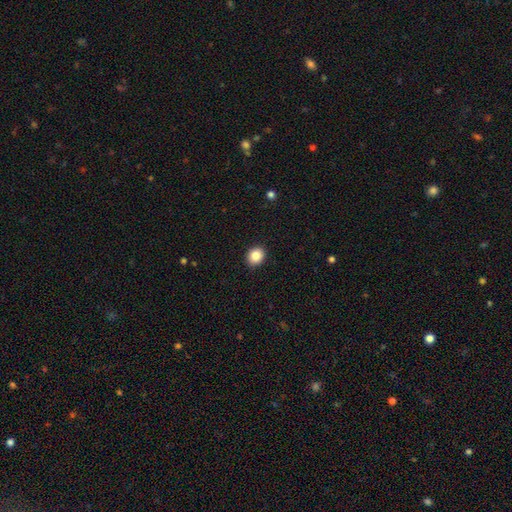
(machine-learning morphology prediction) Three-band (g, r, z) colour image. It shows a smooth galaxy with no disk features (85%) that is round (70%). Merging: none (91%).